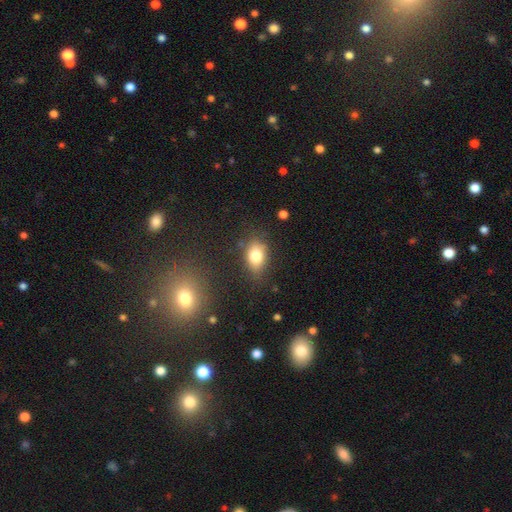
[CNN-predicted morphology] smooth-or-featured: smooth: 78% | featured or disk: 12% | star or artifact: 10%
  how-rounded: in between: 82% | round: 15% | cigar-shaped: 3%
  merging: none: 73% | minor disturbance: 19% | major disturbance: 5% | merger: 3%